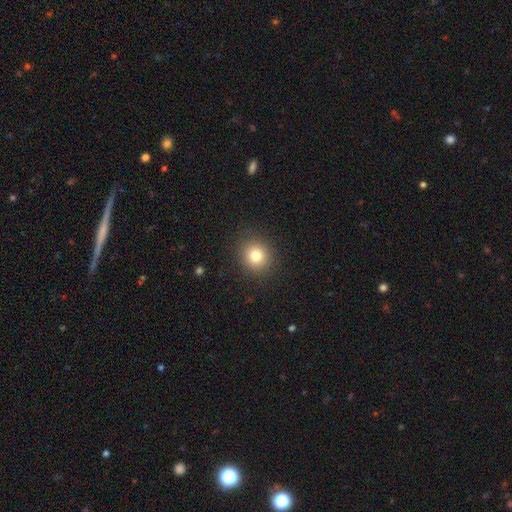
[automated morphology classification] The model was most divided on "smooth or featured": smooth: 79%, star or artifact: 12%, featured or disk: 8%. More confident: merging — none (90%); how rounded — round (85%).